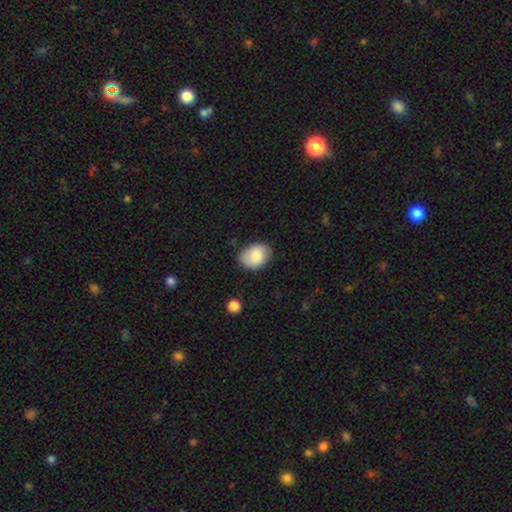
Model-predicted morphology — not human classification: type=smooth (81%); roundness=in between (71%); merging=none (76%).